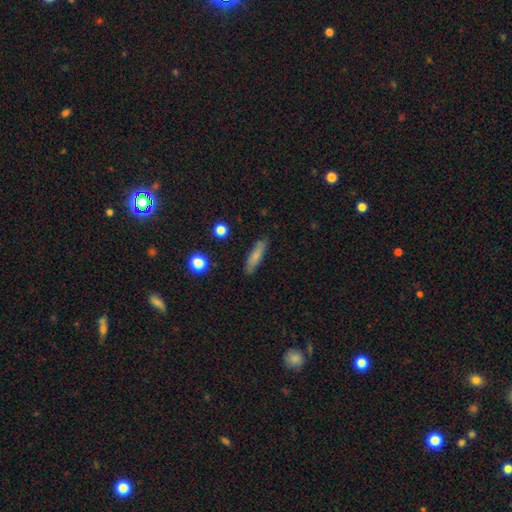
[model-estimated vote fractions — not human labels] smooth 75%, featured or disk 17%, star or artifact 8%. Down the decision tree: how rounded — cigar-shaped (75%); merging — none (86%).